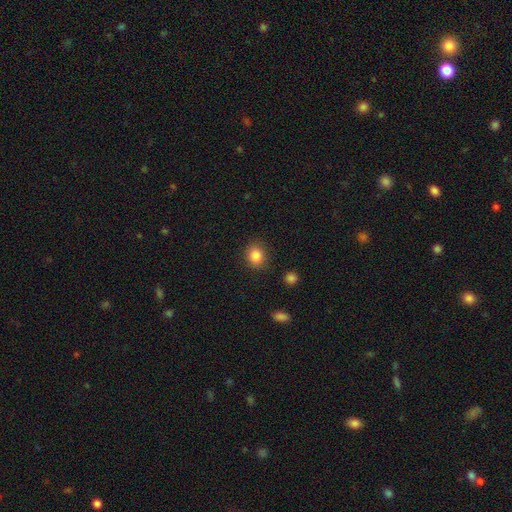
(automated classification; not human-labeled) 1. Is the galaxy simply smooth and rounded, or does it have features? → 85% smooth, 10% star or artifact, 5% featured or disk.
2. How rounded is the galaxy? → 68% round, 31% in between, 1% cigar-shaped.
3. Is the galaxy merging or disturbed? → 87% none, 9% minor disturbance, 3% major disturbance, 2% merger.